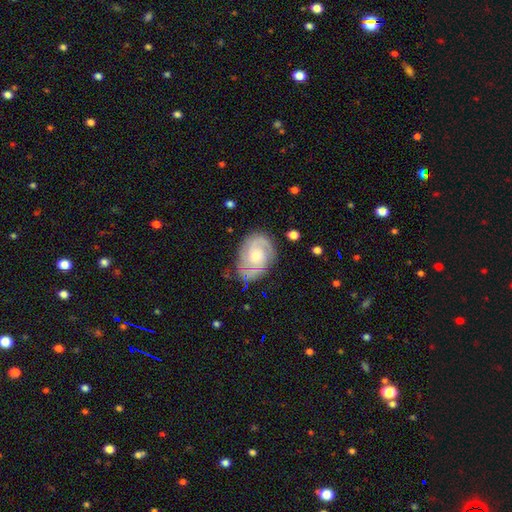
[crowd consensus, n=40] This is likely a featured or disk galaxy (78%). It is clearly not viewed edge-on (100%). Bar: likely no (71%). Spiral arm pattern: clearly yes (97%). Spiral arm count: likely 2 (67%). Spiral winding: possibly tight (47%). Central bulge: clearly moderate (84%). Merging: likely none (64%).